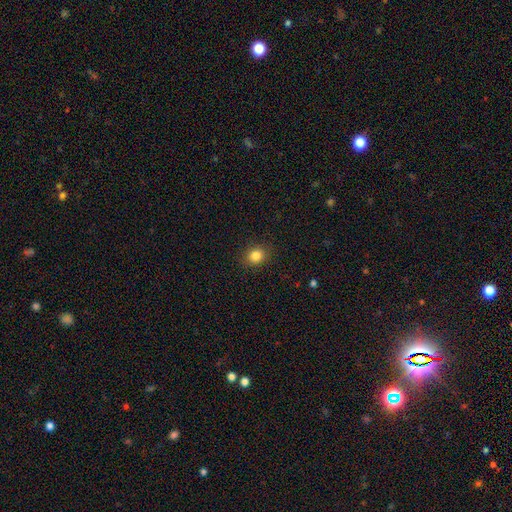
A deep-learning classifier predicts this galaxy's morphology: Q: Smooth or featured?
A: smooth (84%); runner-up: star or artifact (11%)
Q: How rounded?
A: round (66%); runner-up: in between (33%)
Q: Merging?
A: none (89%); runner-up: minor disturbance (7%)